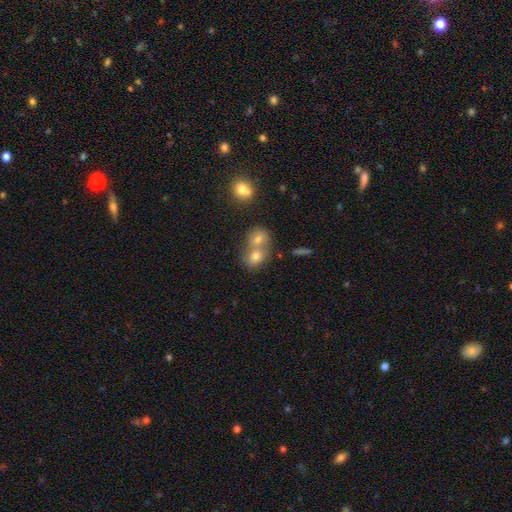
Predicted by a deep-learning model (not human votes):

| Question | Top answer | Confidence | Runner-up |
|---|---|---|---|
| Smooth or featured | smooth | 60% | star or artifact (21%) |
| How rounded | round | 65% | in between (33%) |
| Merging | merger | 55% | none (35%) |